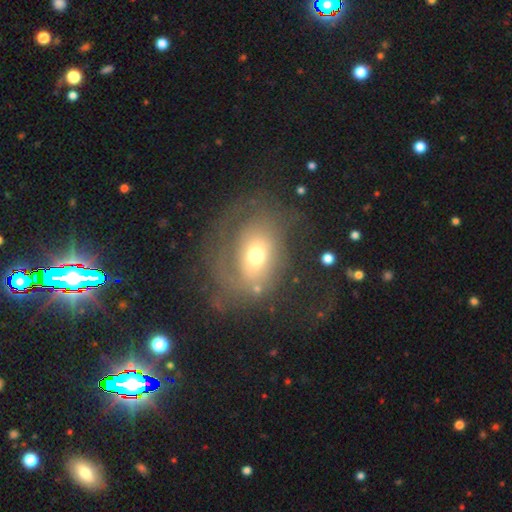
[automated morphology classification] Smooth or featured? smooth (47%)
Merging? none (45%)